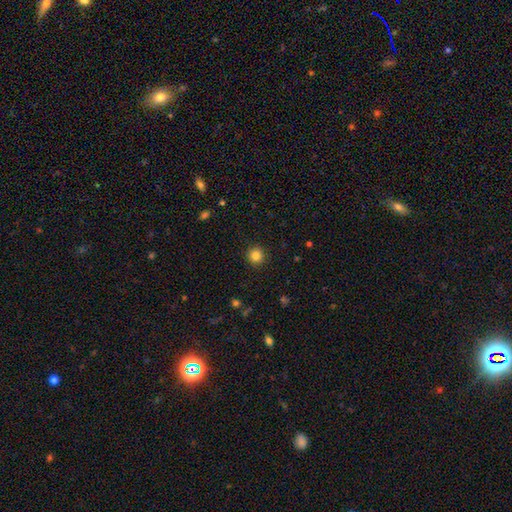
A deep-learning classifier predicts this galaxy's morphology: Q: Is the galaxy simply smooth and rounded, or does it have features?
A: smooth — 84%.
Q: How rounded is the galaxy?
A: round — 94%.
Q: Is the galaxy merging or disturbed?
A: none — 92%.